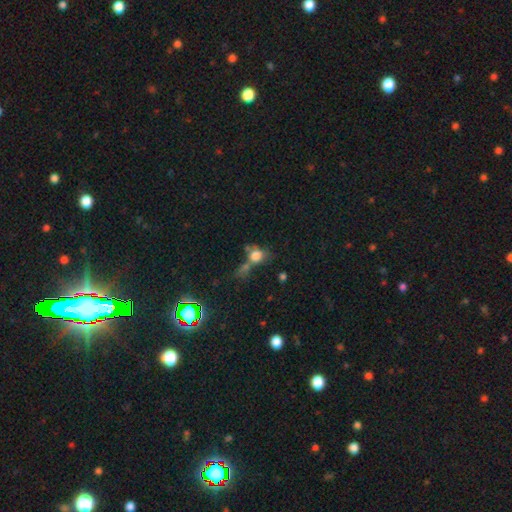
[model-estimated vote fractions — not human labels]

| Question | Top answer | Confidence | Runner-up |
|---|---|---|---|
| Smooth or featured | smooth | 69% | star or artifact (17%) |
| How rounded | round | 58% | in between (38%) |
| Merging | merger | 36% | none (32%) |